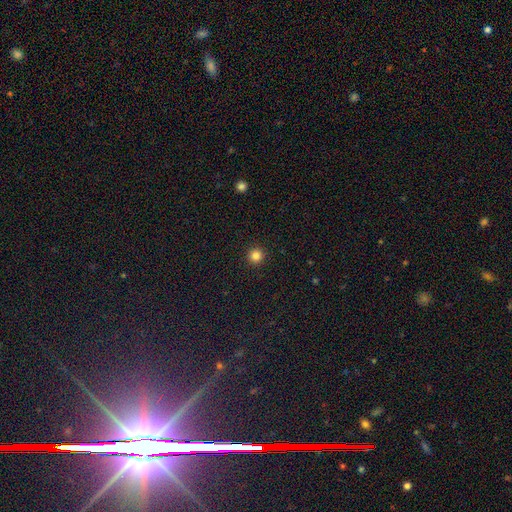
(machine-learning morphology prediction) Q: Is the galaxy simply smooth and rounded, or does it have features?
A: smooth — 84%.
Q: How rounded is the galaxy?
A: round — 96%.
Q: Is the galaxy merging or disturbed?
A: none — 93%.